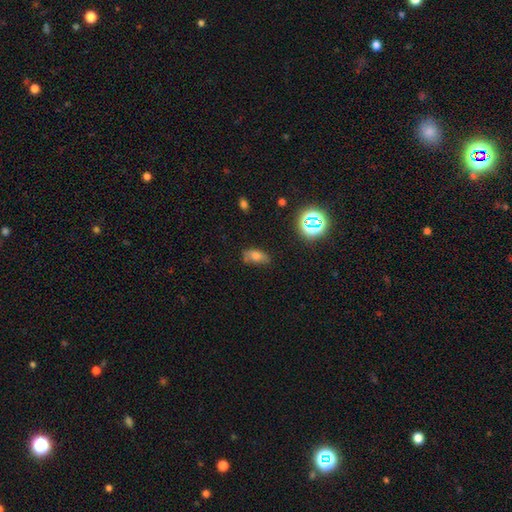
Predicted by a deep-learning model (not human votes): smooth-or-featured: smooth: 71% | star or artifact: 17% | featured or disk: 13%
  how-rounded: in between: 87% | round: 8% | cigar-shaped: 6%
  merging: none: 66% | minor disturbance: 24% | major disturbance: 6% | merger: 4%